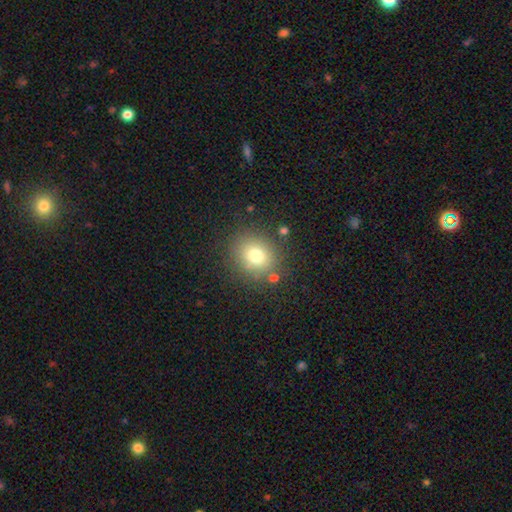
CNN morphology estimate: Overall: smooth (74%). How rounded: round (78%). Merging: none (82%).